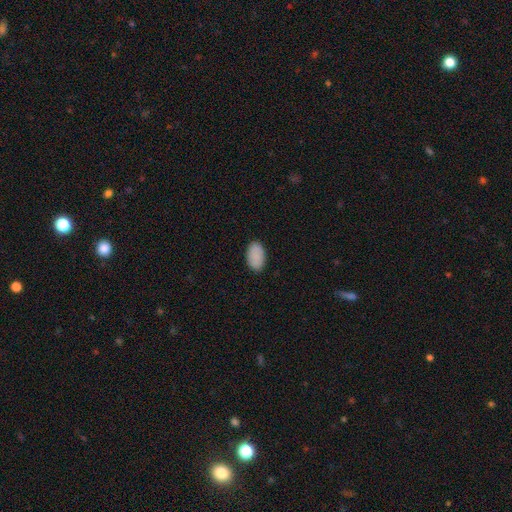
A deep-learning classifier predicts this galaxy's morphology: This appears to be a smooth galaxy with no disk features (89%) that is in between round and cigar-shaped (94%). Merging: none (88%).